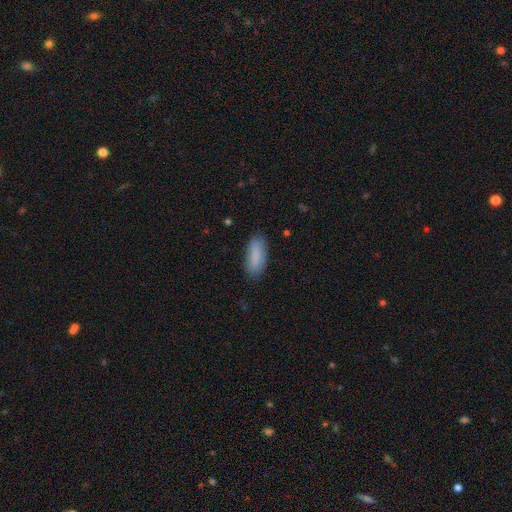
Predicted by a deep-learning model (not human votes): This appears to be a smooth galaxy with no disk features (84%) that is in between round and cigar-shaped (70%). Merging: none (82%).